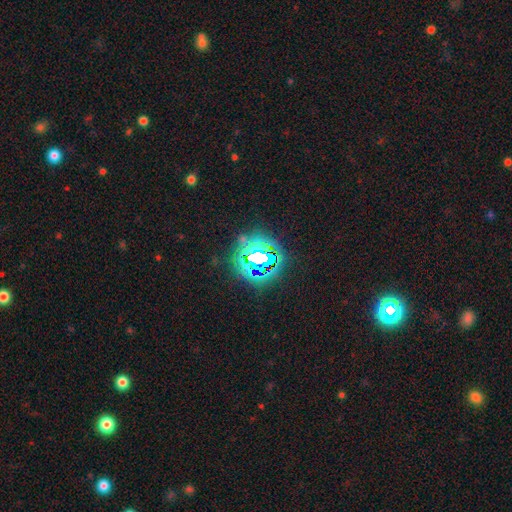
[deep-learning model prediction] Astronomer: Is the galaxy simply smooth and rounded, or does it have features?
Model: star or artifact — 82%.